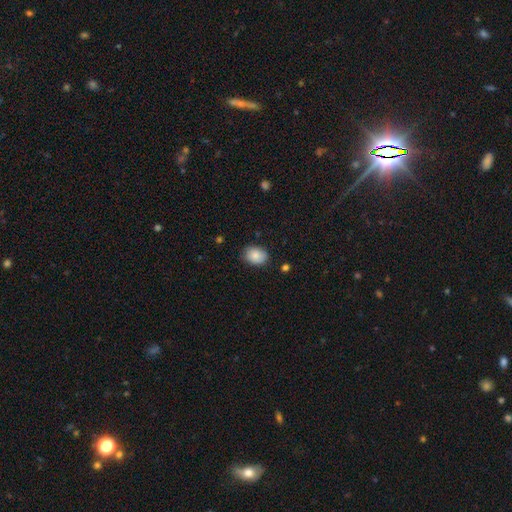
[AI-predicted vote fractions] smooth-or-featured: smooth: 85% | featured or disk: 8% | star or artifact: 7%
  how-rounded: in between: 74% | round: 25% | cigar-shaped: 1%
  merging: none: 81% | minor disturbance: 15% | major disturbance: 3% | merger: 1%